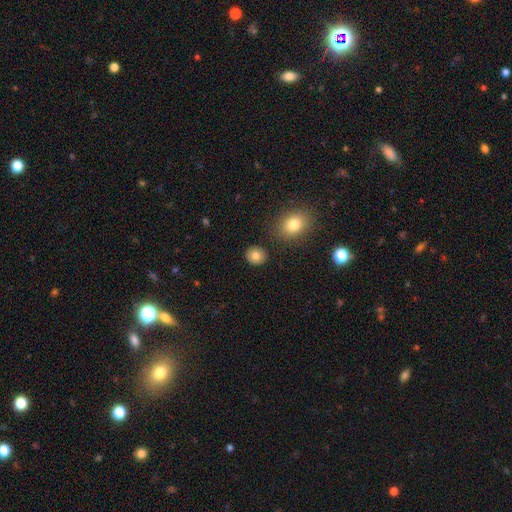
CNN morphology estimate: type=smooth (81%); roundness=round (80%); merging=none (88%).